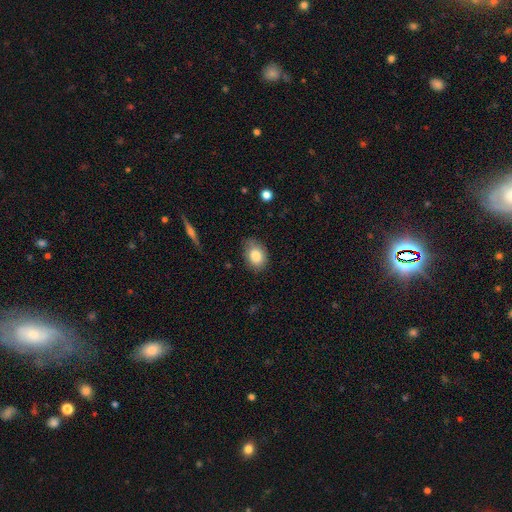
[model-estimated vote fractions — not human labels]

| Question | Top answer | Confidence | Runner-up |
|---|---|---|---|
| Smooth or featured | smooth | 83% | featured or disk (9%) |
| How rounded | in between | 71% | round (28%) |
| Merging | none | 77% | minor disturbance (19%) |